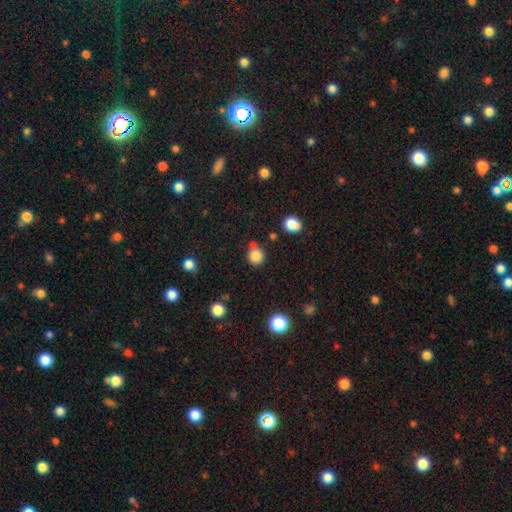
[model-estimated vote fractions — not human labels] This is clearly a smooth galaxy (83%). How rounded: clearly round (89%). Merging: likely none (73%).